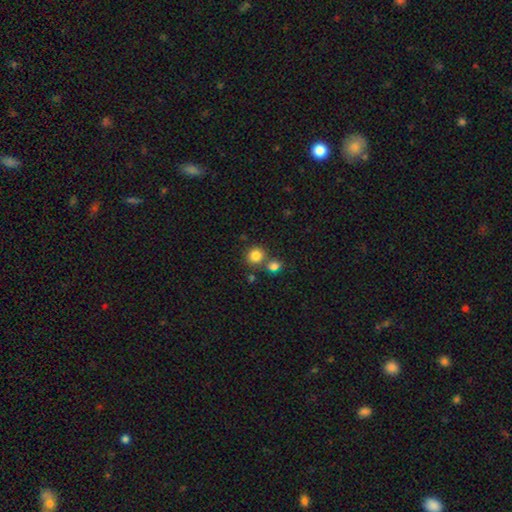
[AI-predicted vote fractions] A smooth galaxy with no disk features (84%) that is round (86%).

Vote fractions:
- Smooth or featured? smooth: 84% / star or artifact: 11% / featured or disk: 6%
- How rounded? round: 86% / in between: 13% / cigar-shaped: 1%
- Merging? none: 69% / merger: 21% / minor disturbance: 8% / major disturbance: 3%